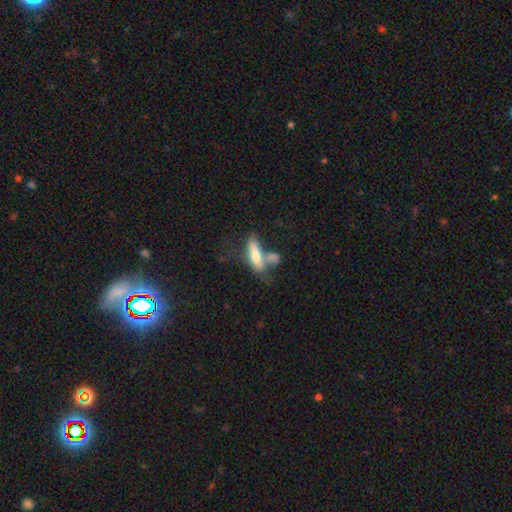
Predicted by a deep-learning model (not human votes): Smooth or featured? Predicted: smooth (p=0.58). How rounded? Predicted: cigar-shaped (p=0.52). Merging? Predicted: merger (p=0.44).